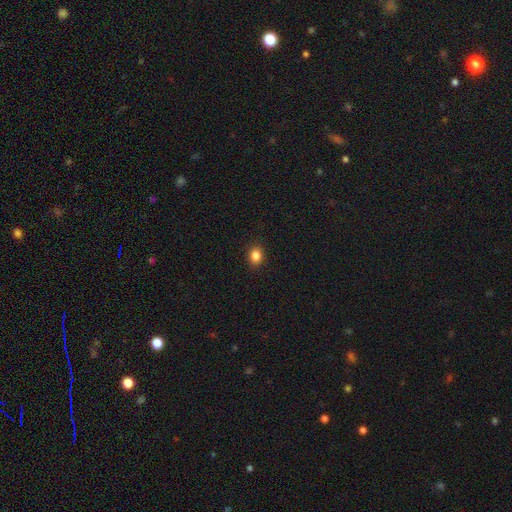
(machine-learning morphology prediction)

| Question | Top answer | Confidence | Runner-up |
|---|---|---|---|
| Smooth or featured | smooth | 85% | star or artifact (11%) |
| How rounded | round | 58% | in between (41%) |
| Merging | none | 91% | minor disturbance (6%) |